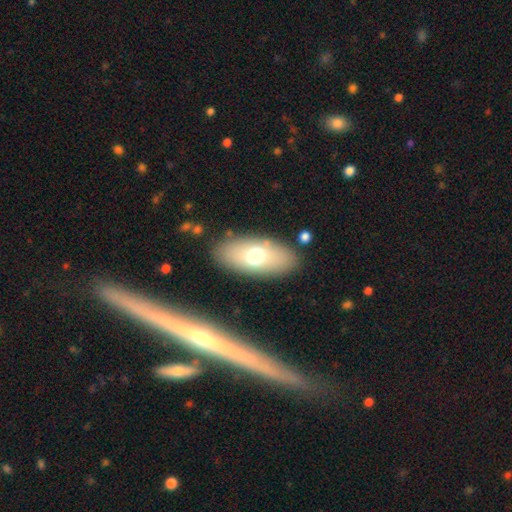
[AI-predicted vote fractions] Smooth or featured: smooth — 67% (featured or disk — 24%)
How rounded: in between — 88% (cigar-shaped — 7%)
Merging: none — 83% (minor disturbance — 10%)